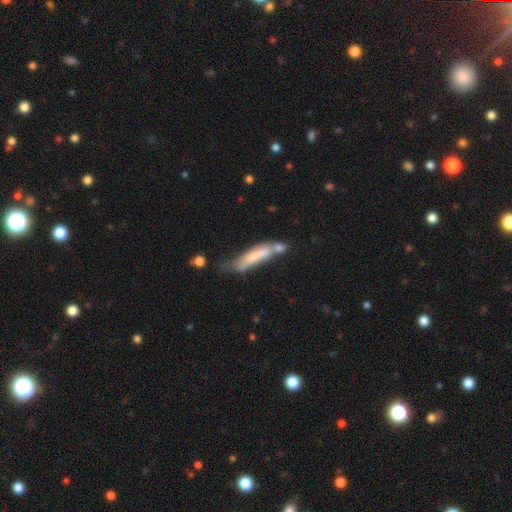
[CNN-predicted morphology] smooth-or-featured: smooth: 55% | featured or disk: 38% | star or artifact: 7%
  how-rounded: cigar-shaped: 76% | in between: 22% | round: 2%
  merging: merger: 35% | none: 27% | minor disturbance: 23% | major disturbance: 15%